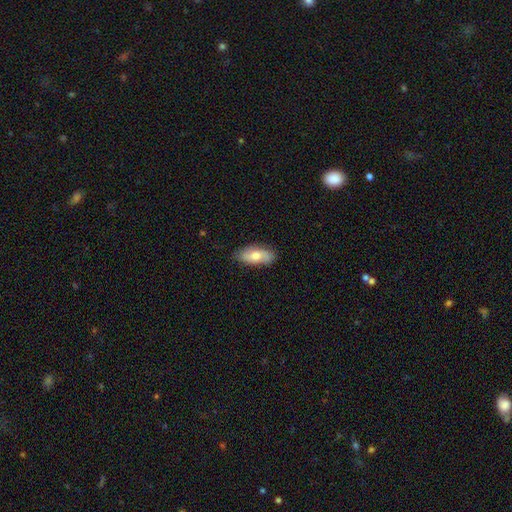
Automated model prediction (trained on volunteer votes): smooth 65%, featured or disk 29%, star or artifact 6%. Down the decision tree: how rounded — in between (86%); merging — none (81%).